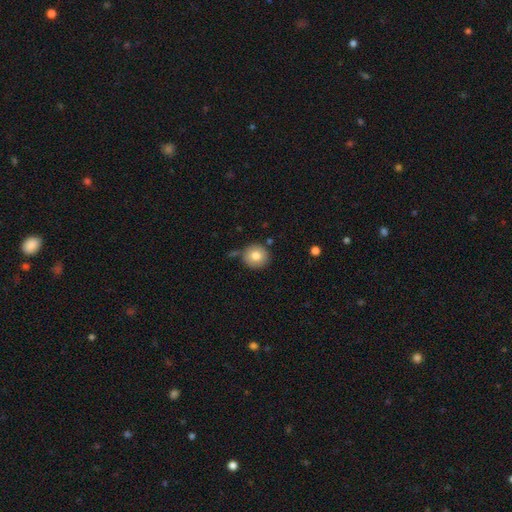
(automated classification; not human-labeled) Smooth or featured: smooth — 80% (featured or disk — 11%)
How rounded: round — 93% (in between — 6%)
Merging: none — 79% (minor disturbance — 11%)